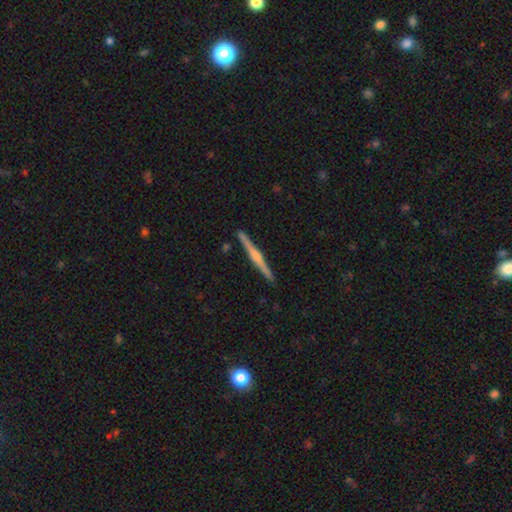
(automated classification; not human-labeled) A featured or disk galaxy (76%) viewed edge-on (99%) with a rounded central bulge (80%).

Vote fractions:
- Smooth or featured? featured or disk: 76% / smooth: 19% / star or artifact: 5%
- Edge-on disk? yes: 99% / no: 1%
- Edge-on bulge? rounded: 80% / none: 11% / boxy: 9%
- Merging? none: 92% / minor disturbance: 6% / merger: 1% / major disturbance: 1%